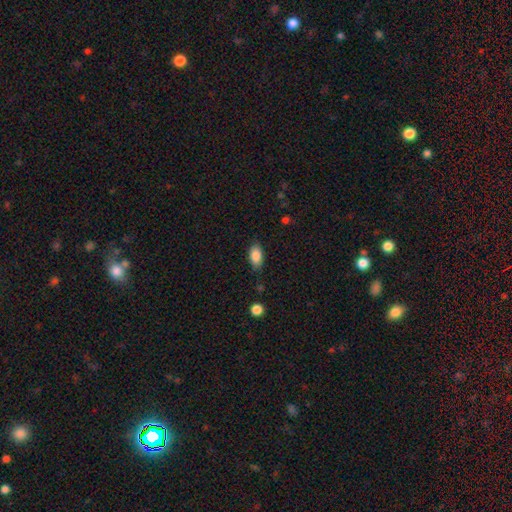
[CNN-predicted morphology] type=smooth (86%); roundness=in between (91%); merging=none (81%).